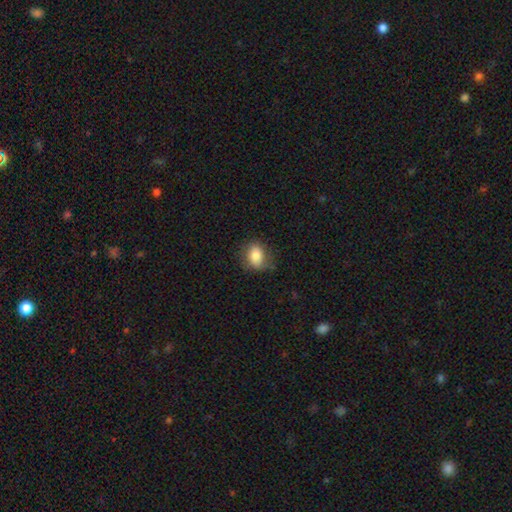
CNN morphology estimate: Q: Smooth or featured?
A: smooth (80%); runner-up: featured or disk (12%)
Q: How rounded?
A: in between (63%); runner-up: round (35%)
Q: Merging?
A: none (71%); runner-up: minor disturbance (21%)